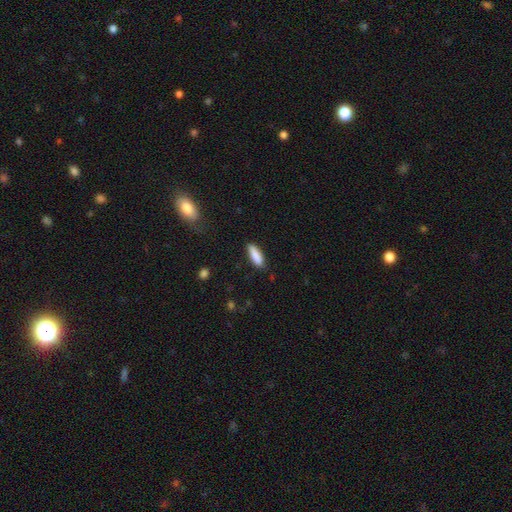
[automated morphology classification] Q: Smooth or featured?
A: smooth (86%); runner-up: featured or disk (8%)
Q: How rounded?
A: cigar-shaped (51%); runner-up: in between (47%)
Q: Merging?
A: none (83%); runner-up: minor disturbance (13%)